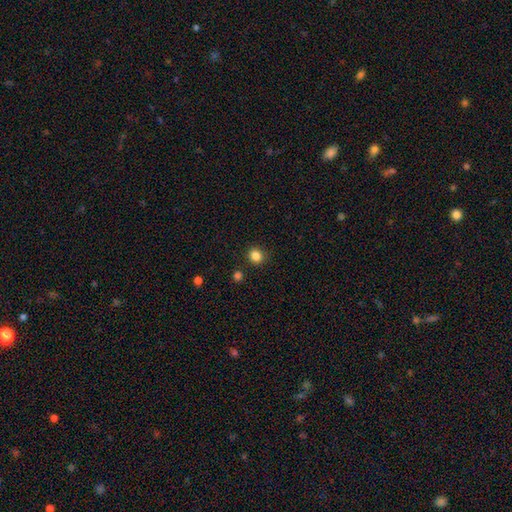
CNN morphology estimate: type=smooth (84%); roundness=round (81%); merging=none (87%).